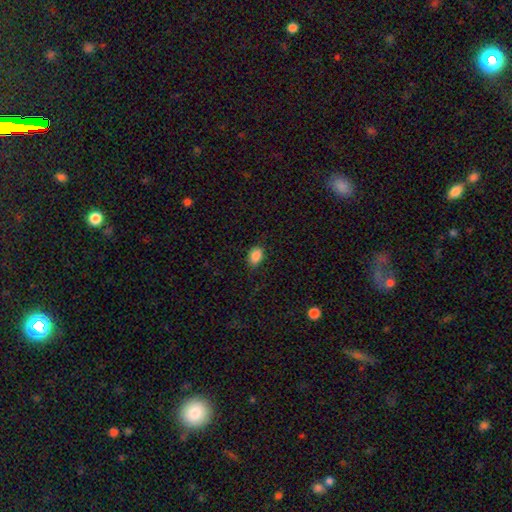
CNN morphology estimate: A smooth galaxy with no disk features (87%) that is in between round and cigar-shaped (79%).

Vote fractions:
- Smooth or featured? smooth: 87% / star or artifact: 9% / featured or disk: 4%
- How rounded? in between: 79% / round: 20% / cigar-shaped: 1%
- Merging? none: 84% / minor disturbance: 12% / major disturbance: 3% / merger: 1%